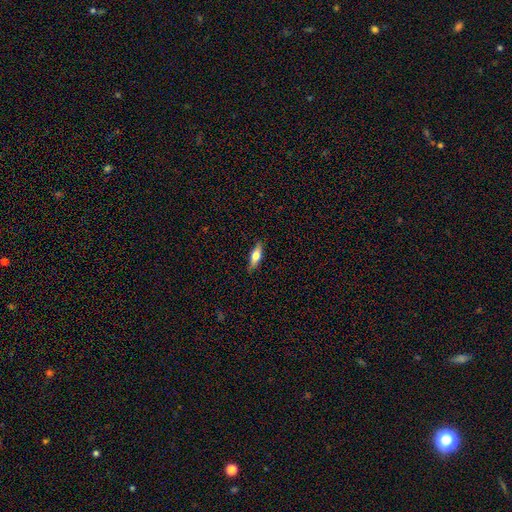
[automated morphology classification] Q: Smooth or featured?
A: smooth (56%); runner-up: featured or disk (38%)
Q: How rounded?
A: cigar-shaped (50%); runner-up: in between (47%)
Q: Merging?
A: none (87%); runner-up: minor disturbance (10%)